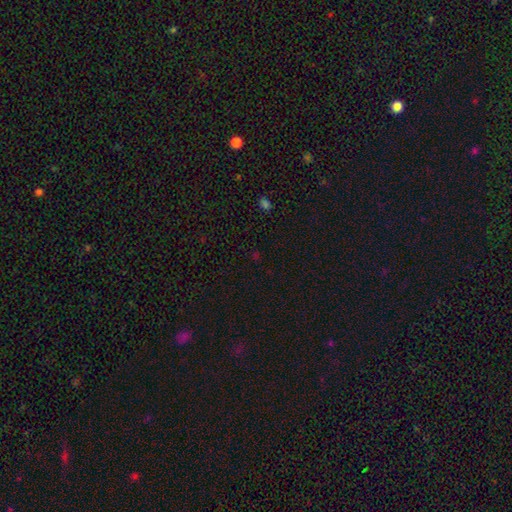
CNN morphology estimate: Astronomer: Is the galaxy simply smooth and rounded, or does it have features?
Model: star or artifact — 63%.